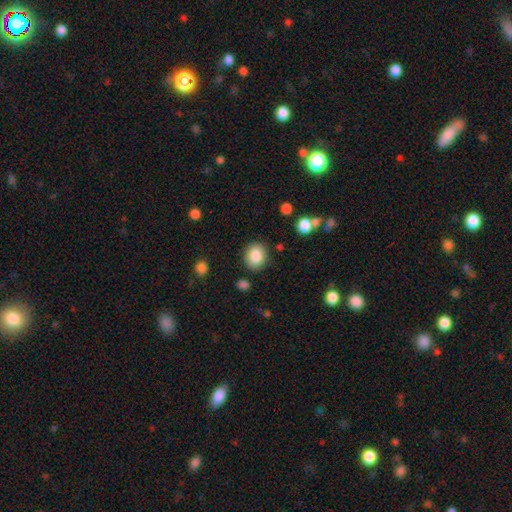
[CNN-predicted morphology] Smooth or featured? smooth (85%)
How rounded? round (67%)
Merging? none (86%)